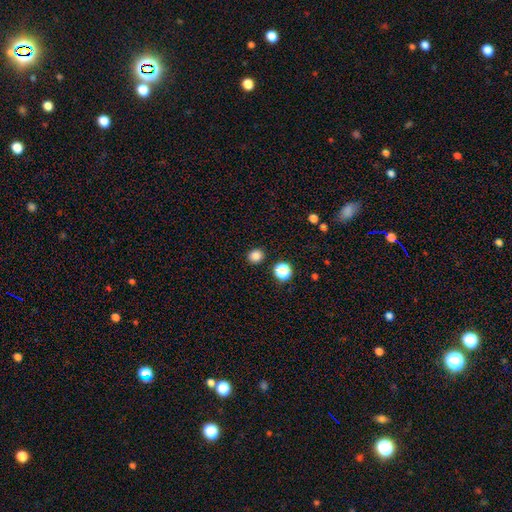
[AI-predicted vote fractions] smooth-or-featured: smooth: 83% | star or artifact: 13% | featured or disk: 4%
  how-rounded: round: 82% | in between: 17% | cigar-shaped: 1%
  merging: none: 90% | minor disturbance: 6% | merger: 2% | major disturbance: 2%